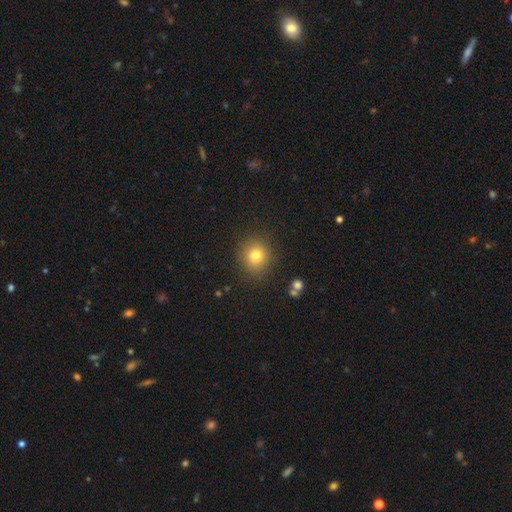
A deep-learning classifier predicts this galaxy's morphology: Overall: smooth (77%). How rounded: round (87%). Merging: none (87%).